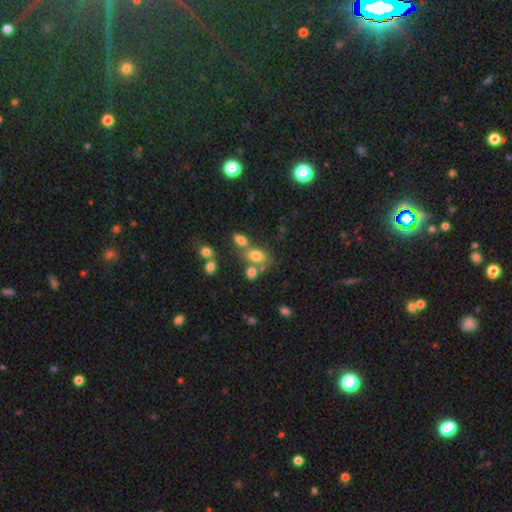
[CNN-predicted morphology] Smooth or featured?
  - smooth: 72% *
  - star or artifact: 14%
  - featured or disk: 13%
How rounded?
  - in between: 79% *
  - round: 19%
  - cigar-shaped: 2%
Merging?
  - none: 46% *
  - merger: 35%
  - minor disturbance: 13%
  - major disturbance: 6%